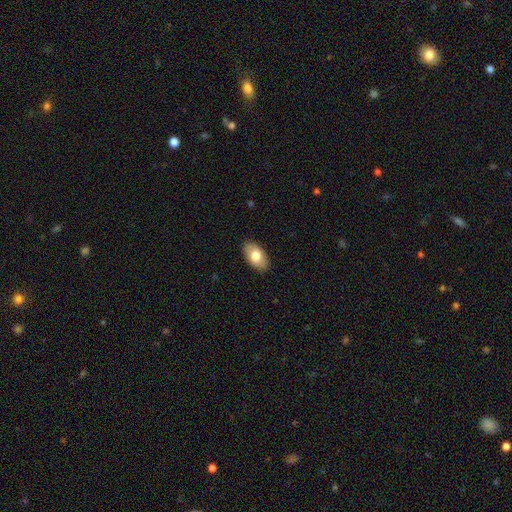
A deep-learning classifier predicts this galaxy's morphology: Smooth or featured? Predicted: smooth (p=0.77). How rounded? Predicted: in between (p=0.94). Merging? Predicted: none (p=0.88).